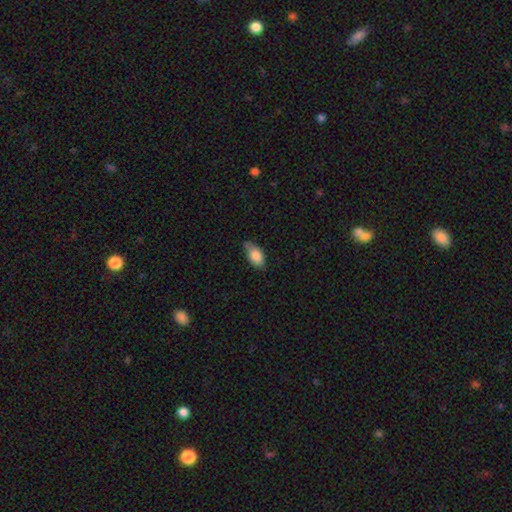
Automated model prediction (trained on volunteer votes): A smooth galaxy with no disk features (84%) that is in between round and cigar-shaped (91%).

Vote fractions:
- Smooth or featured? smooth: 84% / featured or disk: 9% / star or artifact: 7%
- How rounded? in between: 91% / round: 5% / cigar-shaped: 3%
- Merging? none: 58% / minor disturbance: 33% / major disturbance: 5% / merger: 4%